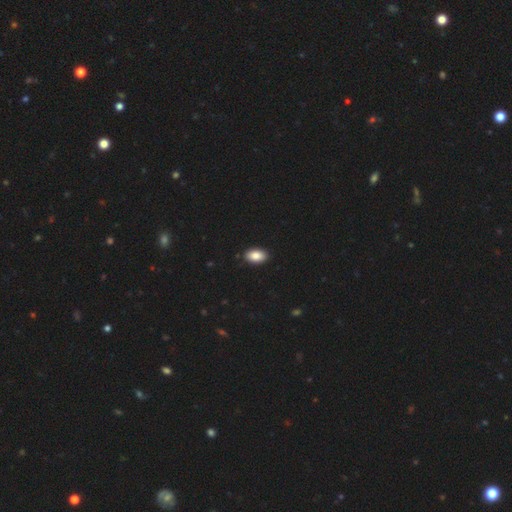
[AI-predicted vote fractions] A smooth galaxy with no disk features (87%) that is in between round and cigar-shaped (93%). Merging: none (90%).